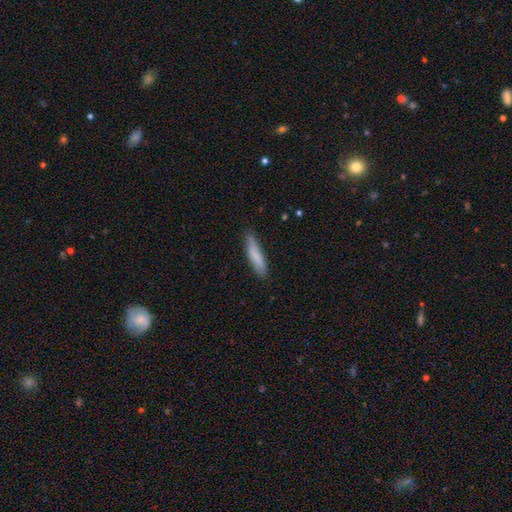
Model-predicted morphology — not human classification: A smooth galaxy with no disk features (80%) that is cigar-shaped (84%).

Vote fractions:
- Smooth or featured? smooth: 80% / featured or disk: 14% / star or artifact: 6%
- How rounded? cigar-shaped: 84% / in between: 15% / round: 1%
- Merging? none: 81% / minor disturbance: 15% / major disturbance: 2% / merger: 1%